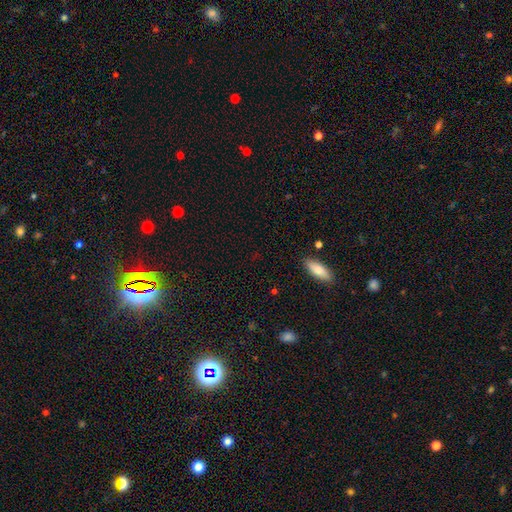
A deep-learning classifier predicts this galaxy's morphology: smooth-or-featured: smooth: 50% | star or artifact: 41% | featured or disk: 9%
  how-rounded: in between: 46% | round: 41% | cigar-shaped: 14%
  merging: none: 80% | minor disturbance: 11% | major disturbance: 5% | merger: 4%